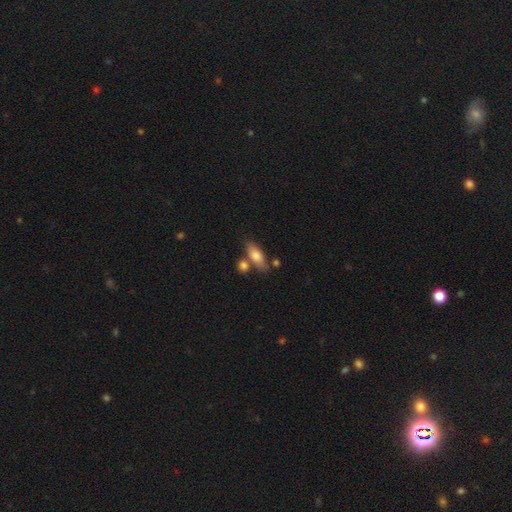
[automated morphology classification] The model was most divided on "merging": none: 64%, merger: 19%, minor disturbance: 13%, major disturbance: 4%. More confident: smooth or featured — smooth (76%); how rounded — in between (72%).